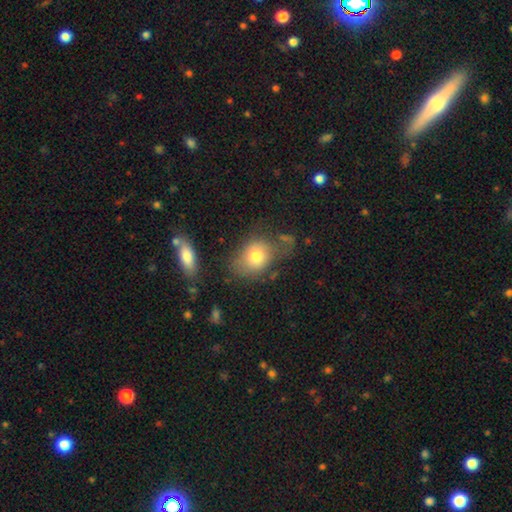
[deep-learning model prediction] Smooth or featured? Predicted: smooth (p=0.75). How rounded? Predicted: in between (p=0.64). Merging? Predicted: none (p=0.49).